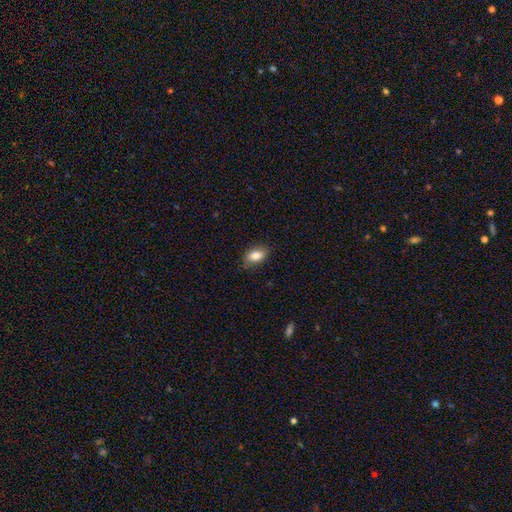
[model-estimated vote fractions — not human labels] Smooth or featured? Predicted: smooth (p=0.83). How rounded? Predicted: in between (p=0.87). Merging? Predicted: none (p=0.82).